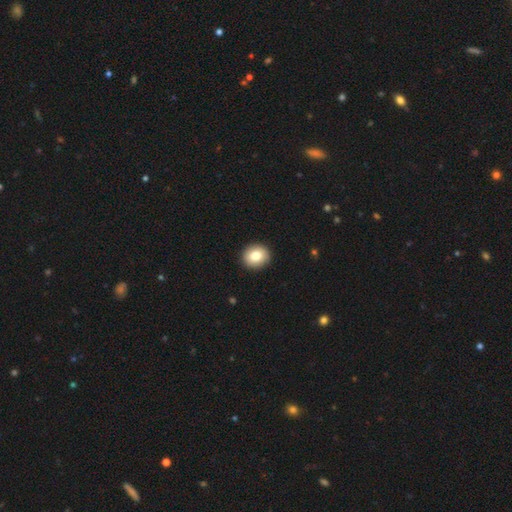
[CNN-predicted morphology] Smooth or featured?
  - smooth: 81% *
  - featured or disk: 11%
  - star or artifact: 8%
How rounded?
  - round: 76% *
  - in between: 23%
  - cigar-shaped: 1%
Merging?
  - none: 92% *
  - minor disturbance: 6%
  - major disturbance: 2%
  - merger: 1%